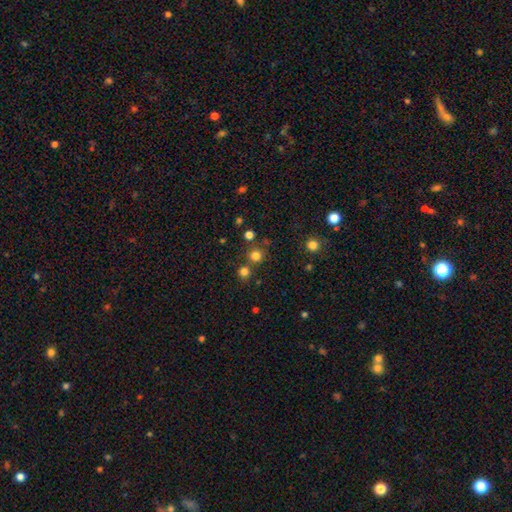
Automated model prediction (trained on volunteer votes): smooth-or-featured: smooth: 76% | star or artifact: 18% | featured or disk: 5%
  how-rounded: round: 93% | in between: 6% | cigar-shaped: 1%
  merging: none: 74% | merger: 16% | minor disturbance: 7% | major disturbance: 3%